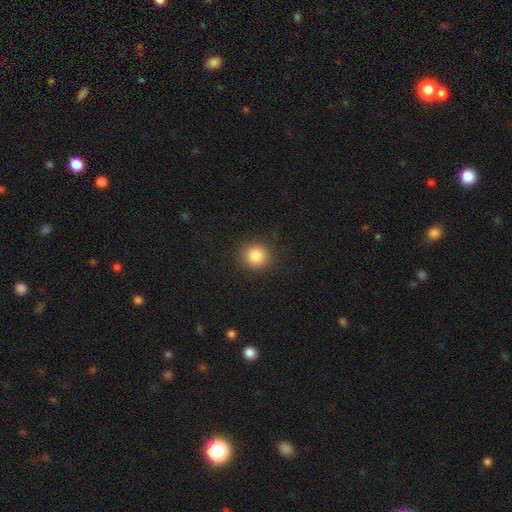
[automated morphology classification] Smooth or featured: smooth — 85% (star or artifact — 10%)
How rounded: round — 91% (in between — 8%)
Merging: none — 91% (minor disturbance — 6%)